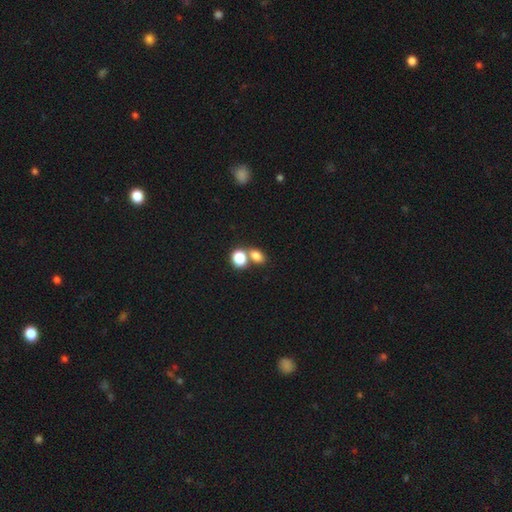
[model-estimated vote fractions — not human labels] smooth 79%, star or artifact 13%, featured or disk 8%. Down the decision tree: how rounded — in between (56%); merging — none (46%).